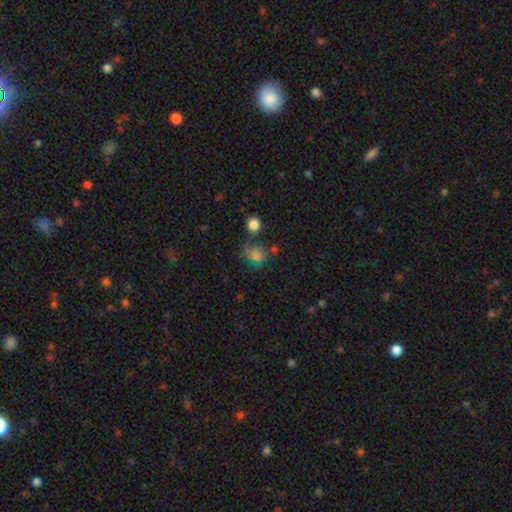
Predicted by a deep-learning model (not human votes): Smooth or featured: smooth — 65% (star or artifact — 22%)
How rounded: round — 60% (in between — 38%)
Merging: none — 54% (minor disturbance — 21%)